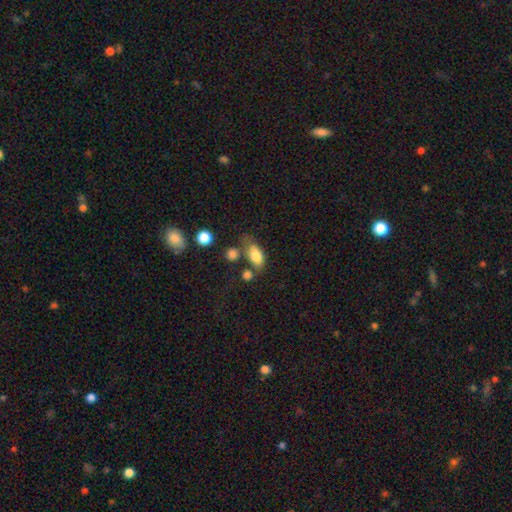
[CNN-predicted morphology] type=smooth (80%); roundness=in between (88%); merging=none (52%).